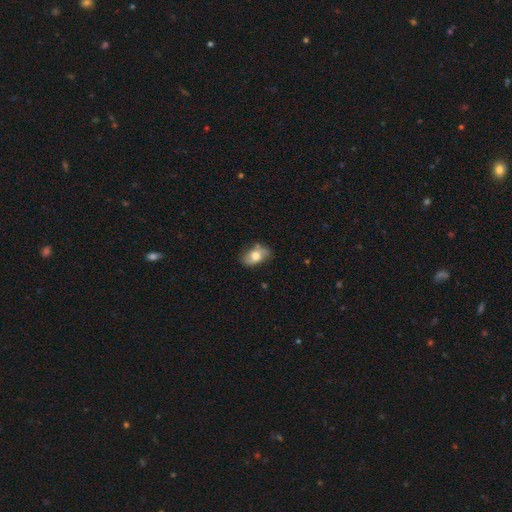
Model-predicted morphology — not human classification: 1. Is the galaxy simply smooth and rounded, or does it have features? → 63% smooth, 30% featured or disk, 7% star or artifact.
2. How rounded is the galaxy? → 89% in between, 9% round, 2% cigar-shaped.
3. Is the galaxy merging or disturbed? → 70% none, 23% minor disturbance, 5% major disturbance, 3% merger.